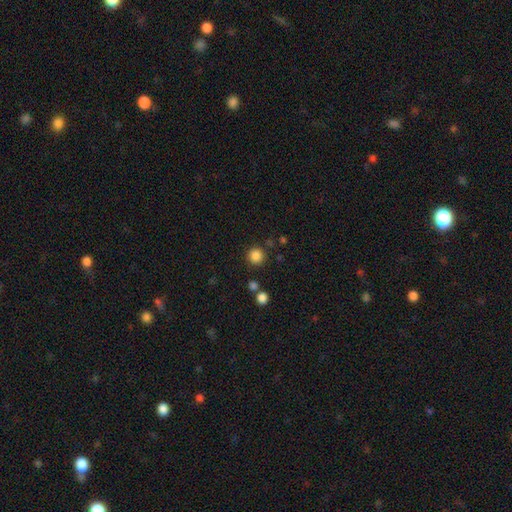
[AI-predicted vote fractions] smooth_or_featured: smooth (p=0.85) [alt: star or artifact p=0.11]
how_rounded: round (p=0.94) [alt: in between p=0.05]
merging: none (p=0.85) [alt: minor disturbance p=0.07]